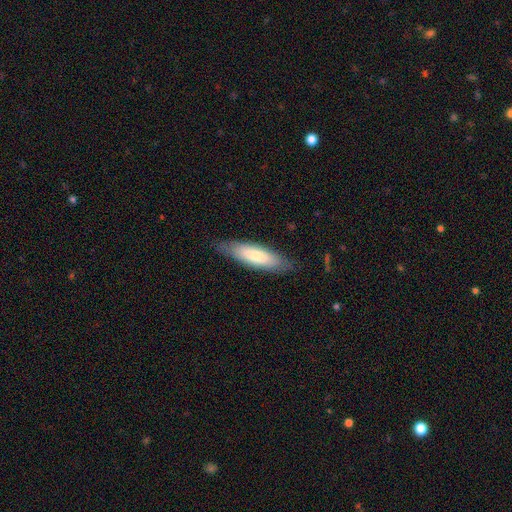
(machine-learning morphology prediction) Smooth or featured? smooth (73%)
How rounded? cigar-shaped (55%)
Merging? none (81%)